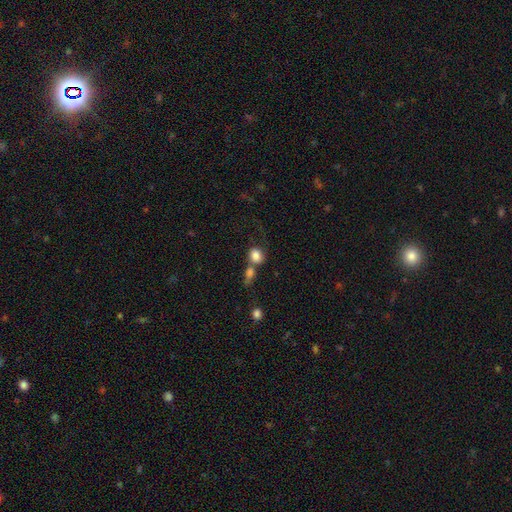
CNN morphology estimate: Smooth or featured? Predicted: smooth (p=0.82). How rounded? Predicted: round (p=0.57). Merging? Predicted: merger (p=0.51).